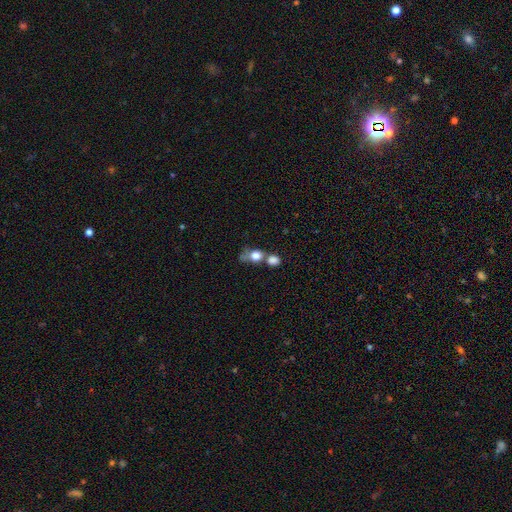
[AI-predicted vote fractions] smooth-or-featured: smooth: 74% | featured or disk: 15% | star or artifact: 11%
  how-rounded: round: 58% | in between: 39% | cigar-shaped: 3%
  merging: merger: 45% | none: 30% | minor disturbance: 13% | major disturbance: 12%